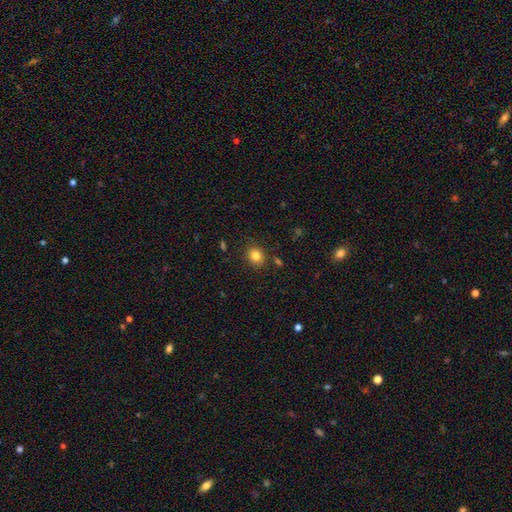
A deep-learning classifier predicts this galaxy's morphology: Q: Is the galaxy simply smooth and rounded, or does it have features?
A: smooth — 83%.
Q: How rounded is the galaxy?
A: round — 74%.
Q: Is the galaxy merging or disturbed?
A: none — 85%.